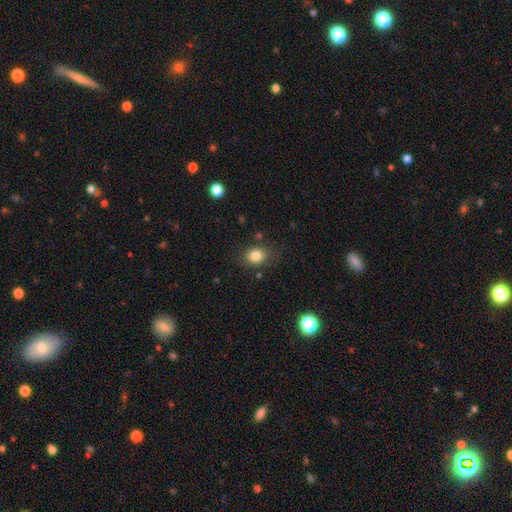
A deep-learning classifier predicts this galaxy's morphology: smooth-or-featured: smooth: 82% | star or artifact: 11% | featured or disk: 7%
  how-rounded: in between: 52% | round: 47% | cigar-shaped: 1%
  merging: none: 79% | minor disturbance: 15% | major disturbance: 4% | merger: 3%